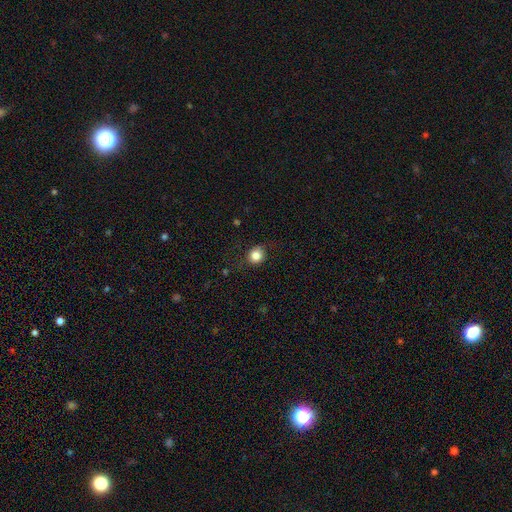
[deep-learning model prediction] Smooth or featured?
  - smooth: 83% *
  - star or artifact: 11%
  - featured or disk: 6%
How rounded?
  - round: 82% *
  - in between: 17%
  - cigar-shaped: 1%
Merging?
  - none: 82% *
  - minor disturbance: 13%
  - major disturbance: 4%
  - merger: 1%